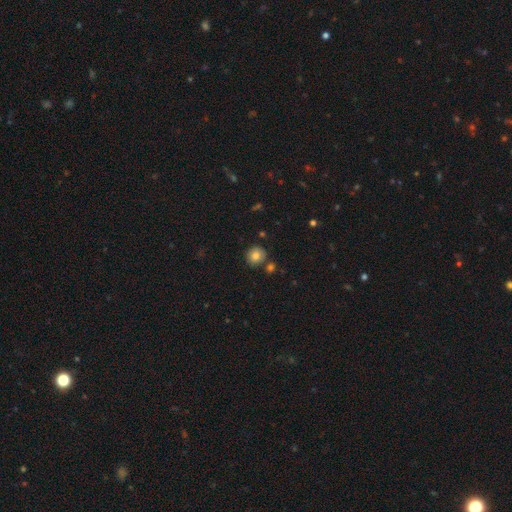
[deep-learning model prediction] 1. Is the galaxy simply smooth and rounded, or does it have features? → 81% smooth, 10% star or artifact, 9% featured or disk.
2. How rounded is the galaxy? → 90% round, 9% in between, 1% cigar-shaped.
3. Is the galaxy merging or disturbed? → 82% none, 9% minor disturbance, 7% merger, 2% major disturbance.